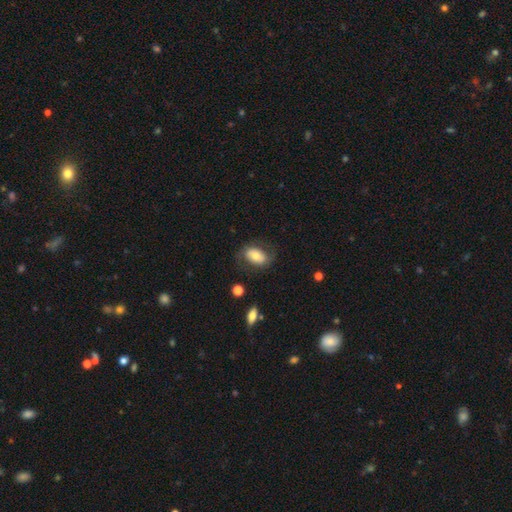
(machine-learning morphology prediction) Overall: smooth (62%; featured or disk 31%). How rounded: in between (87%). Merging: none (67%).